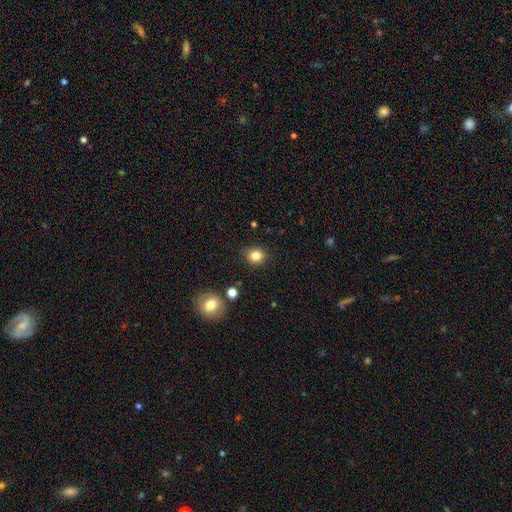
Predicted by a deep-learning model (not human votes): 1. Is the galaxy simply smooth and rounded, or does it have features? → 82% smooth, 12% star or artifact, 6% featured or disk.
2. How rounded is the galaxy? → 74% round, 26% in between, 1% cigar-shaped.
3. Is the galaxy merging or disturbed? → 87% none, 9% minor disturbance, 2% major disturbance, 2% merger.